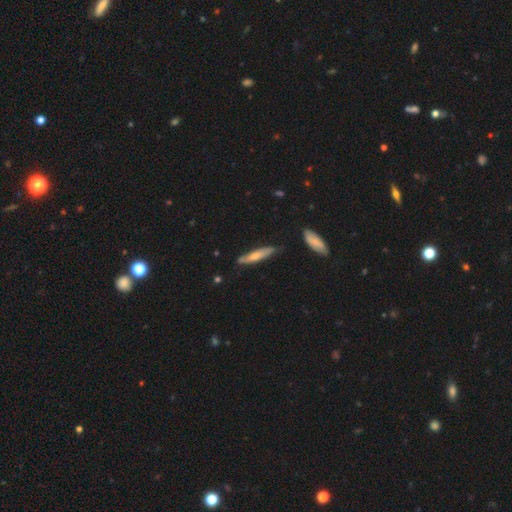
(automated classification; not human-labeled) A smooth galaxy with no disk features (61%) that is cigar-shaped (85%).

Vote fractions:
- Smooth or featured? smooth: 61% / featured or disk: 34% / star or artifact: 5%
- How rounded? cigar-shaped: 85% / in between: 13% / round: 1%
- Merging? none: 71% / minor disturbance: 21% / merger: 4% / major disturbance: 4%